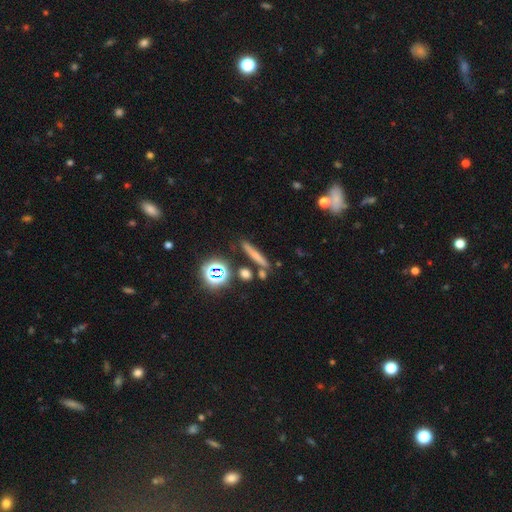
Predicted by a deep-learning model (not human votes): A smooth galaxy with no disk features (60%) that is cigar-shaped (82%).

Vote fractions:
- Smooth or featured? smooth: 60% / featured or disk: 21% / star or artifact: 19%
- How rounded? cigar-shaped: 82% / round: 10% / in between: 8%
- Merging? none: 79% / minor disturbance: 9% / merger: 9% / major disturbance: 3%